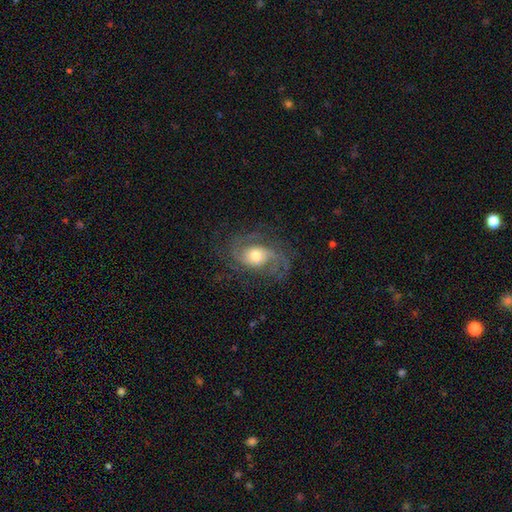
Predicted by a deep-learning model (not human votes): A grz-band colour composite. It shows a featured or disk galaxy (84%) with no bar (67%), 2 (41%) medium (47%) spiral arms (96%) and a moderate central bulge (63%). Merging: none (67%).